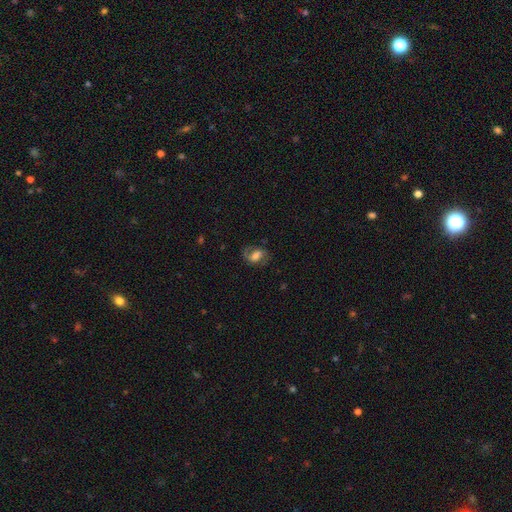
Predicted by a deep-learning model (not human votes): smooth_or_featured: featured or disk (p=0.54) [alt: smooth p=0.36]
disk_edge_on: no (p=0.95) [alt: yes p=0.05]
bar: weak (p=0.42) [alt: no p=0.32]
has_spiral_arms: yes (p=0.83) [alt: no p=0.17]
bulge_size: large (p=0.35) [alt: moderate p=0.32]
merging: none (p=0.65) [alt: minor disturbance p=0.19]